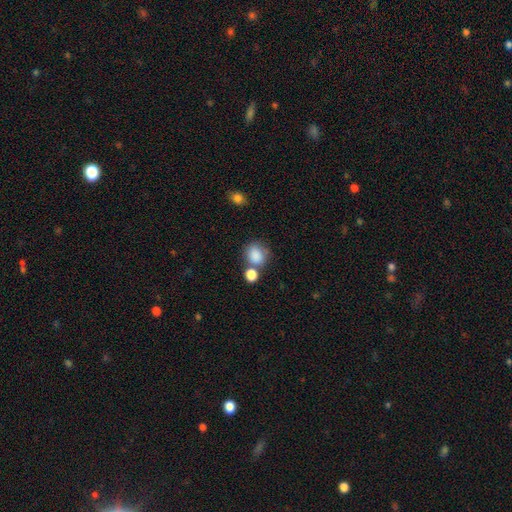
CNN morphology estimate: Q: Smooth or featured?
A: smooth (85%); runner-up: star or artifact (9%)
Q: How rounded?
A: round (67%); runner-up: in between (32%)
Q: Merging?
A: none (53%); runner-up: merger (27%)